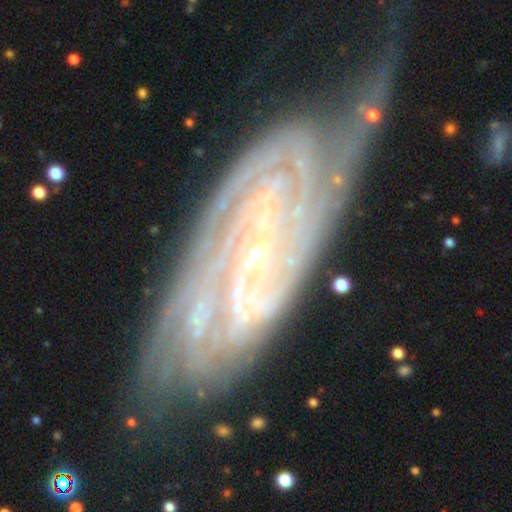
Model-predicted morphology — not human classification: Smooth or featured? featured or disk (89%)
Edge-on disk? no (93%)
Bar? strong (34%, tied with weak)
Spiral arms? yes (97%)
Spiral winding? tight (67%)
Spiral arm count? 2 (36%)
Bulge size? small (86%)
Merging? none (49%)